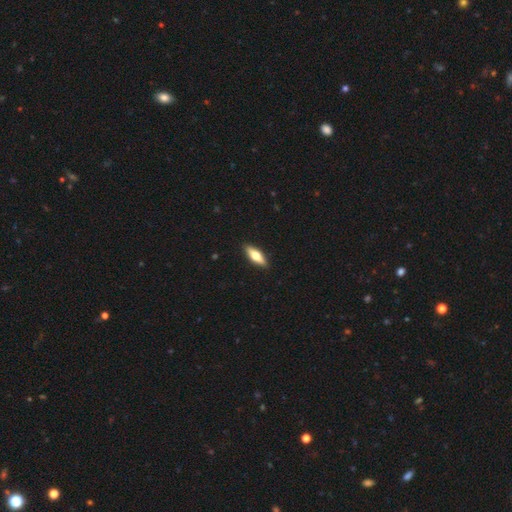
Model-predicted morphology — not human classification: smooth_or_featured: smooth (p=0.58) [alt: featured or disk p=0.37]
how_rounded: in between (p=0.55) [alt: cigar-shaped p=0.43]
merging: none (p=0.90) [alt: minor disturbance p=0.07]